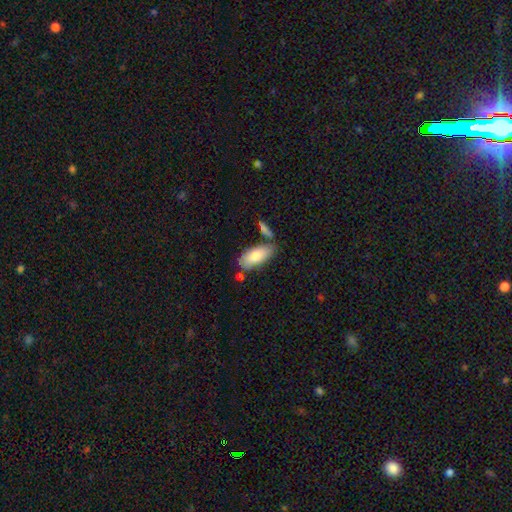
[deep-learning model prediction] smooth_or_featured: smooth (p=0.79) [alt: featured or disk p=0.15]
how_rounded: in between (p=0.88) [alt: cigar-shaped p=0.10]
merging: none (p=0.68) [alt: minor disturbance p=0.16]